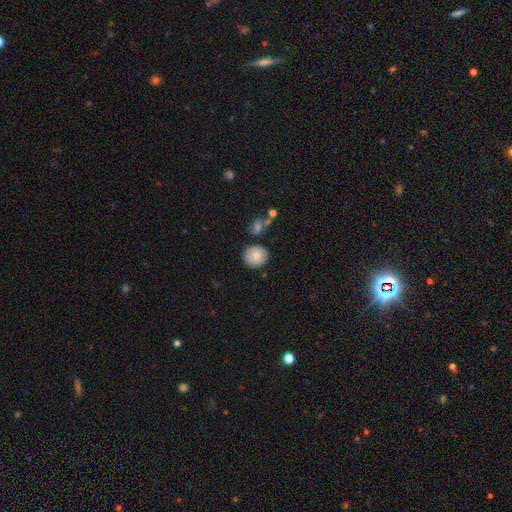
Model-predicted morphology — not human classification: smooth-or-featured: smooth: 83% | featured or disk: 9% | star or artifact: 8%
  how-rounded: round: 88% | in between: 11% | cigar-shaped: 1%
  merging: none: 82% | minor disturbance: 10% | merger: 5% | major disturbance: 3%